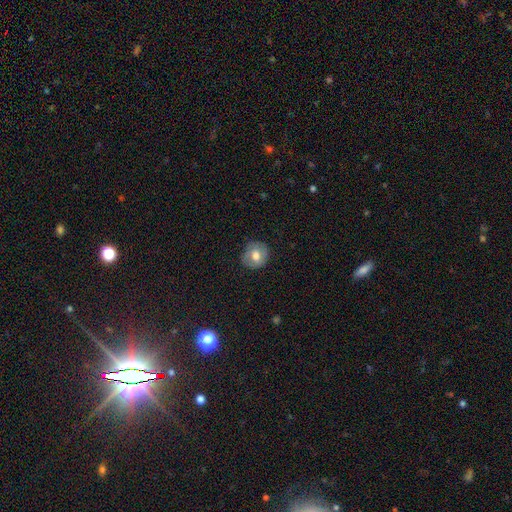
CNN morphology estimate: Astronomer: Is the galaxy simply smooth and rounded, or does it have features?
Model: smooth — 68%.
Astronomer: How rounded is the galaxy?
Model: round — 80%.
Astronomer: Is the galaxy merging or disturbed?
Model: none — 81%.